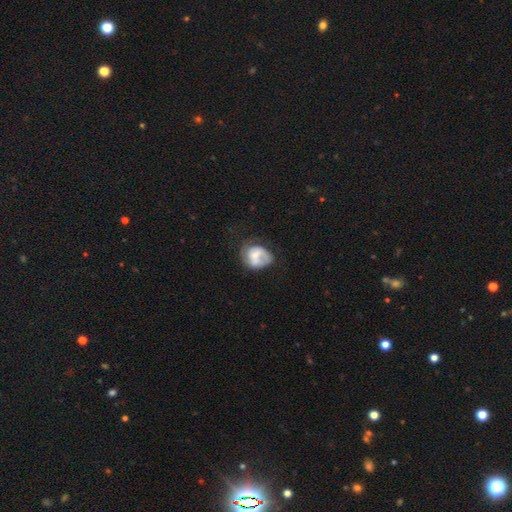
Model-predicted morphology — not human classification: Q: Smooth or featured?
A: smooth (47%); runner-up: featured or disk (46%)
Q: Merging?
A: none (41%); runner-up: minor disturbance (29%)